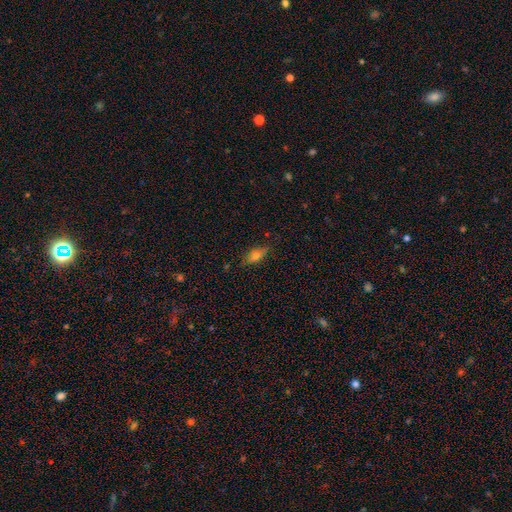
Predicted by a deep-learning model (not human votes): Smooth or featured? Predicted: smooth (p=0.59). How rounded? Predicted: in between (p=0.67). Merging? Predicted: none (p=0.79).